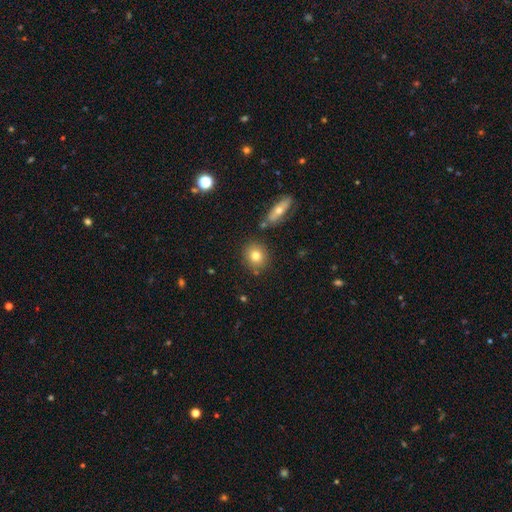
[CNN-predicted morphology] Overall: smooth (79%). How rounded: round (79%). Merging: none (80%).